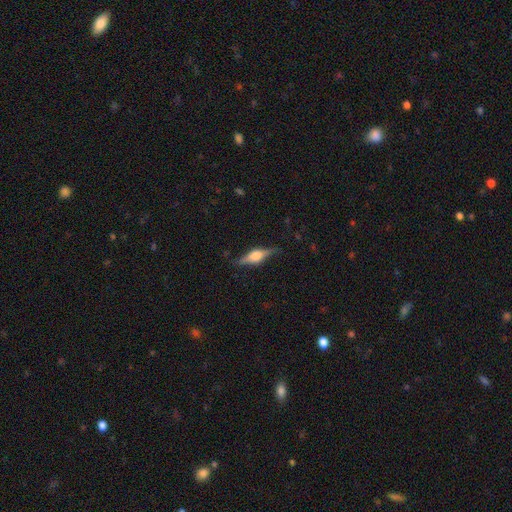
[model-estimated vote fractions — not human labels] Q: Smooth or featured?
A: featured or disk (68%); runner-up: smooth (26%)
Q: Edge-on disk?
A: yes (96%); runner-up: no (4%)
Q: Edge-on bulge?
A: rounded (88%); runner-up: boxy (10%)
Q: Merging?
A: none (84%); runner-up: minor disturbance (12%)